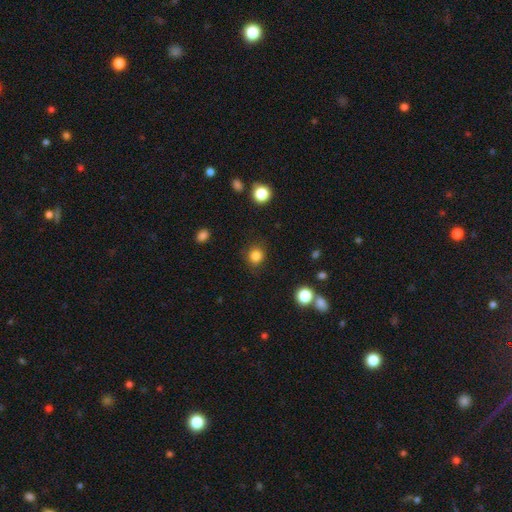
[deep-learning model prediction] A smooth galaxy with no disk features (84%) that is round (86%). Merging: none (86%).